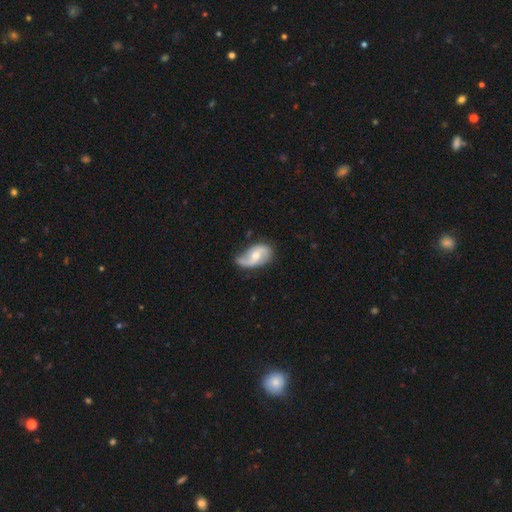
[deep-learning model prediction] This is likely a featured or disk galaxy (73%). It is clearly not viewed edge-on (96%). Bar: possibly no (48%). Spiral arm pattern: clearly yes (91%). Spiral arm count: clearly 2 (81%). Spiral winding: likely loose (61%). Central bulge: likely moderate (60%). Merging: possibly none (58%).